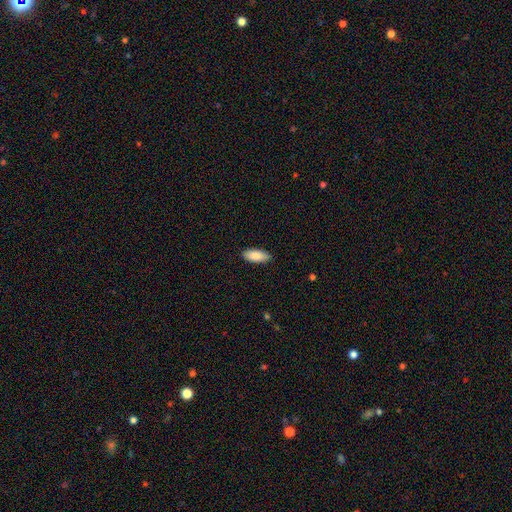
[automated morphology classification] smooth 88%, featured or disk 6%, star or artifact 6%. Down the decision tree: how rounded — in between (82%); merging — none (88%).